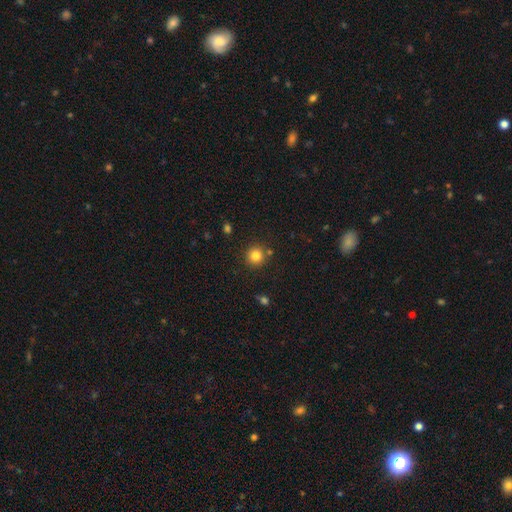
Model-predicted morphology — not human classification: A smooth galaxy with no disk features (83%) that is round (94%).

Vote fractions:
- Smooth or featured? smooth: 83% / star or artifact: 12% / featured or disk: 5%
- How rounded? round: 94% / in between: 5% / cigar-shaped: 1%
- Merging? none: 85% / minor disturbance: 7% / merger: 5% / major disturbance: 2%